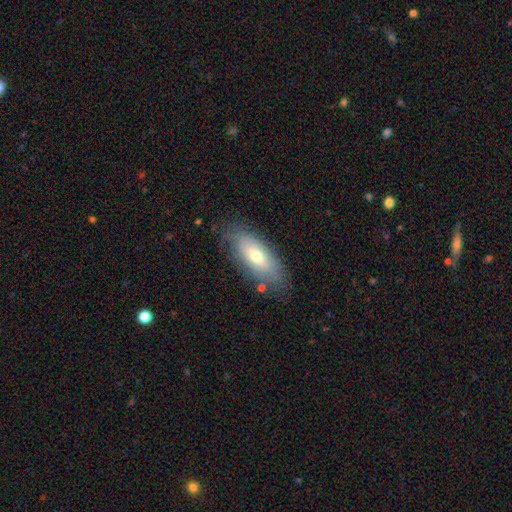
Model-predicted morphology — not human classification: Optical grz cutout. It shows a smooth galaxy with no disk features (59%) that is in between round and cigar-shaped (79%). Merging: none (74%).